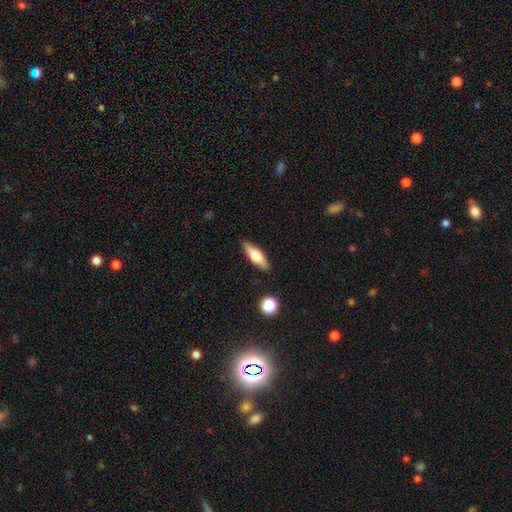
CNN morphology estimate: type=smooth (57%); roundness=cigar-shaped (49%); merging=none (87%).